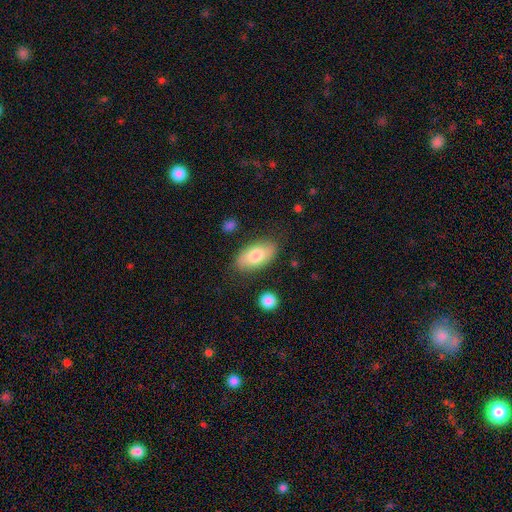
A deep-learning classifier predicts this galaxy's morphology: A smooth galaxy with no disk features (76%) that is in between round and cigar-shaped (93%).

Vote fractions:
- Smooth or featured? smooth: 76% / featured or disk: 18% / star or artifact: 6%
- How rounded? in between: 93% / round: 3% / cigar-shaped: 3%
- Merging? none: 81% / minor disturbance: 13% / major disturbance: 3% / merger: 2%